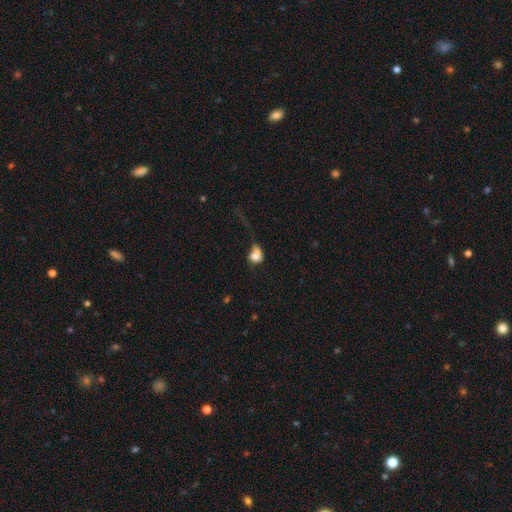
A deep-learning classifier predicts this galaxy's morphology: type=smooth (67%); roundness=in between (50%); merging=major disturbance (41%).